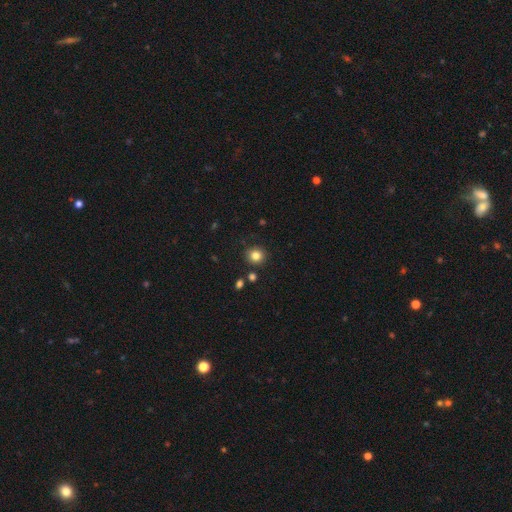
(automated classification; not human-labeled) A smooth galaxy with no disk features (83%) that is round (89%).

Vote fractions:
- Smooth or featured? smooth: 83% / star or artifact: 12% / featured or disk: 6%
- How rounded? round: 89% / in between: 11% / cigar-shaped: 1%
- Merging? none: 87% / minor disturbance: 8% / merger: 3% / major disturbance: 2%